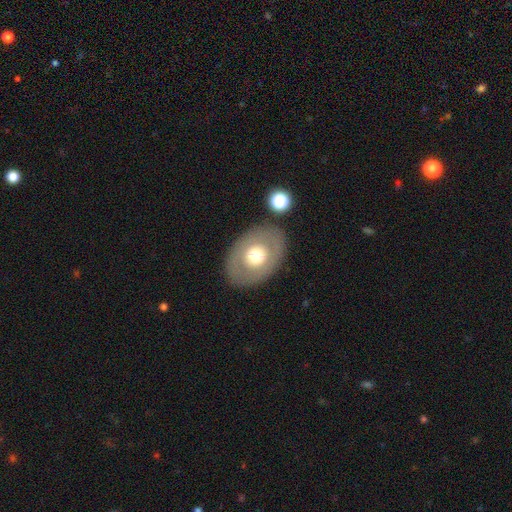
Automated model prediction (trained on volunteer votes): A smooth galaxy with no disk features (56%) that is in between round and cigar-shaped (74%).

Vote fractions:
- Smooth or featured? smooth: 56% / featured or disk: 37% / star or artifact: 7%
- How rounded? in between: 74% / round: 25% / cigar-shaped: 1%
- Merging? none: 85% / minor disturbance: 8% / major disturbance: 4% / merger: 3%